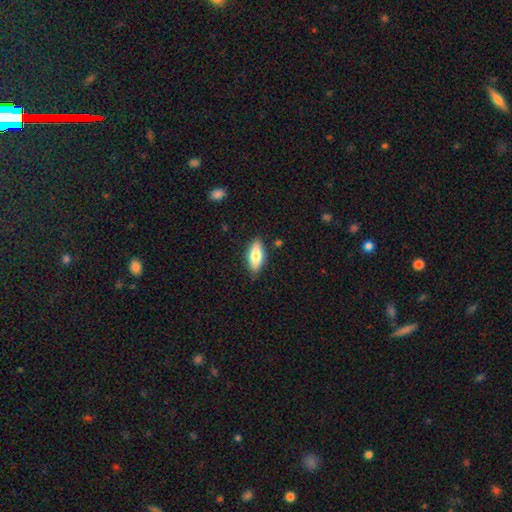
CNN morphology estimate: Smooth or featured?
  - smooth: 72% *
  - featured or disk: 21%
  - star or artifact: 6%
How rounded?
  - in between: 75% *
  - cigar-shaped: 22%
  - round: 2%
Merging?
  - none: 84% *
  - minor disturbance: 12%
  - major disturbance: 2%
  - merger: 2%